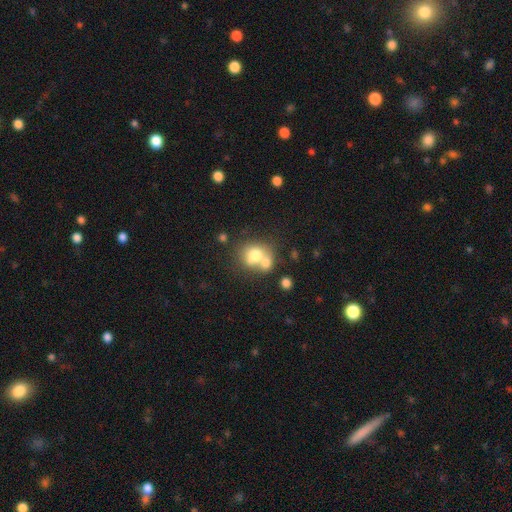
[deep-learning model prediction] The model was most divided on "merging": merger: 53%, none: 34%, minor disturbance: 9%, major disturbance: 5%. More confident: how rounded — round (71%); smooth or featured — smooth (70%).